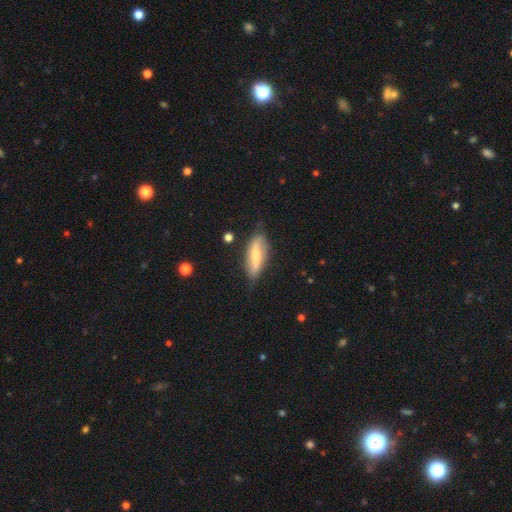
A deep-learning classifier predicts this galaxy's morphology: Q: Smooth or featured?
A: smooth (52%); runner-up: featured or disk (42%)
Q: How rounded?
A: in between (56%); runner-up: cigar-shaped (41%)
Q: Merging?
A: none (65%); runner-up: minor disturbance (26%)